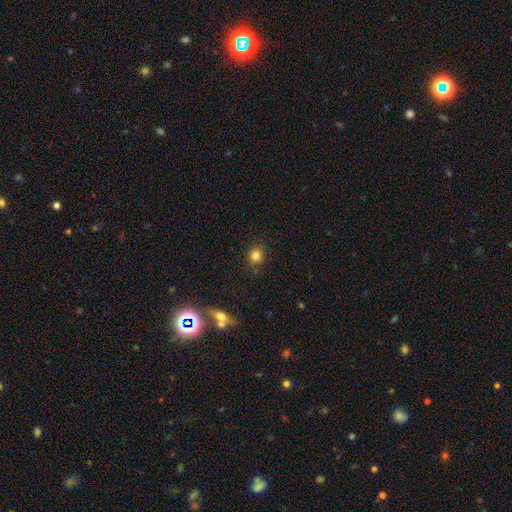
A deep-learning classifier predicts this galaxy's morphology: Q: Smooth or featured?
A: smooth (82%); runner-up: star or artifact (12%)
Q: How rounded?
A: round (84%); runner-up: in between (15%)
Q: Merging?
A: none (87%); runner-up: minor disturbance (9%)